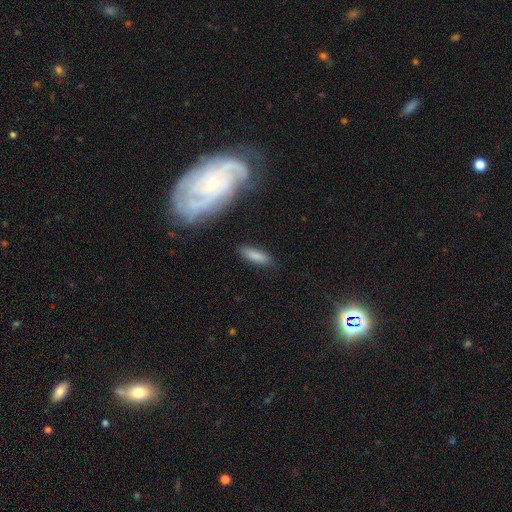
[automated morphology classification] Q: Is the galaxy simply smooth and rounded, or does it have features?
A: smooth — 83%.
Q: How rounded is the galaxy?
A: cigar-shaped — 53%.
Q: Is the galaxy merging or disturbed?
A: none — 84%.